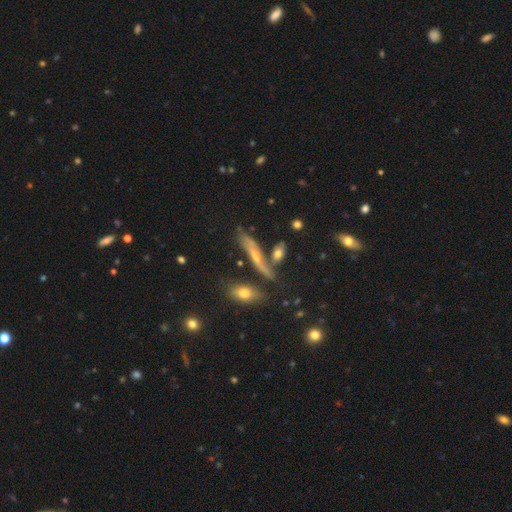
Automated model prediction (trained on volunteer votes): Smooth or featured? Predicted: featured or disk (p=0.51). Edge-on disk? Predicted: yes (p=0.74). Merging? Predicted: none (p=0.64).